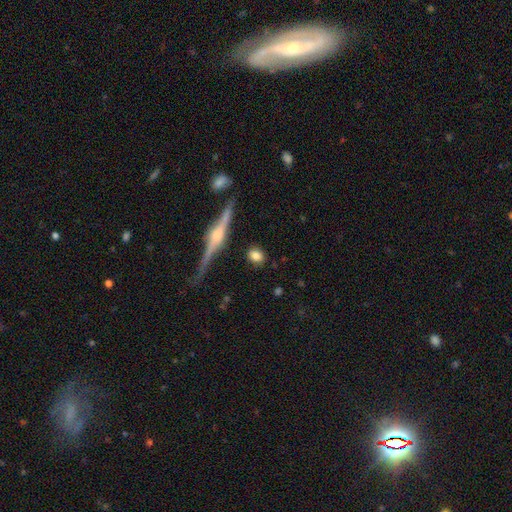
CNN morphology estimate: smooth-or-featured: smooth: 76% | featured or disk: 16% | star or artifact: 8%
  how-rounded: round: 53% | in between: 42% | cigar-shaped: 6%
  merging: none: 85% | minor disturbance: 9% | major disturbance: 3% | merger: 2%